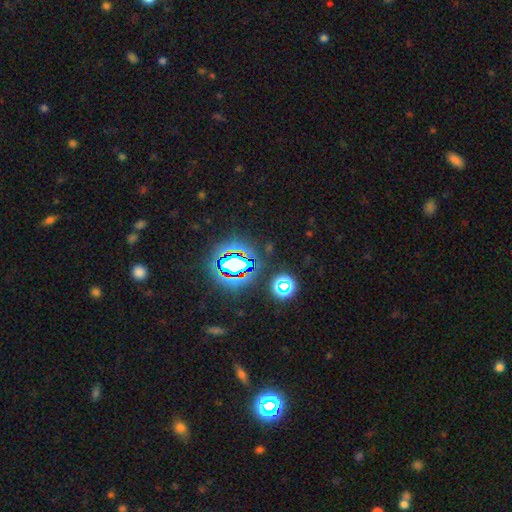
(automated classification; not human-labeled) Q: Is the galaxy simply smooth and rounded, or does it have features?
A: star or artifact — 79%.